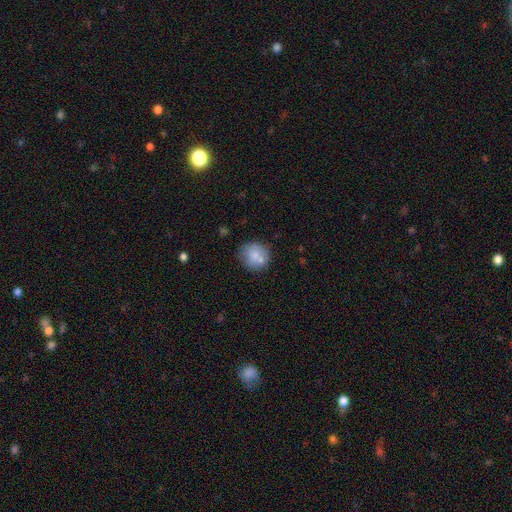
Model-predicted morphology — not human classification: smooth_or_featured: smooth (p=0.75) [alt: featured or disk p=0.17]
how_rounded: round (p=0.89) [alt: in between p=0.10]
merging: none (p=0.66) [alt: minor disturbance p=0.15]